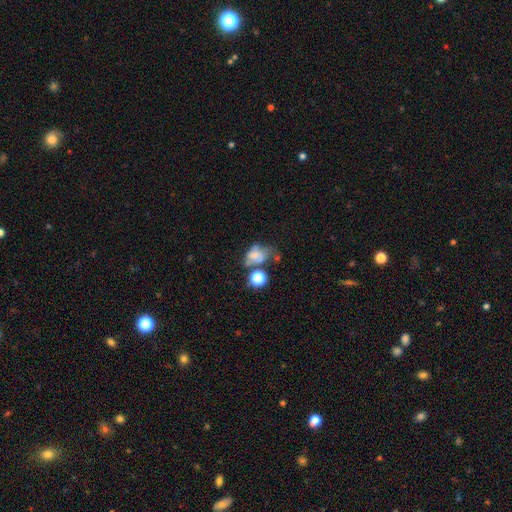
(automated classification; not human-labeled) Smooth or featured: smooth — 59% (featured or disk — 26%)
How rounded: in between — 61% (round — 37%)
Merging: merger — 28% (none — 27%)